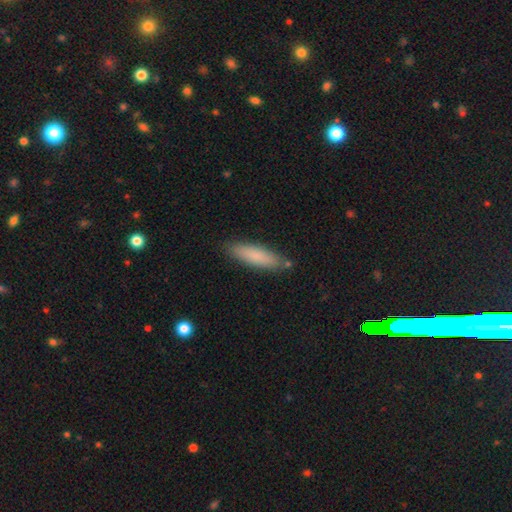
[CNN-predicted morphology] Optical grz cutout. It shows a smooth galaxy with no disk features (83%) that is cigar-shaped (68%). Merging: none (84%).